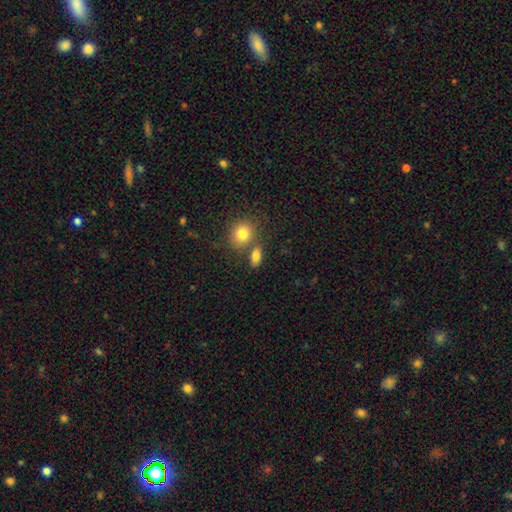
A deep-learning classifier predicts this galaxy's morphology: smooth 81%, star or artifact 10%, featured or disk 9%. Down the decision tree: how rounded — in between (75%); merging — none (64%).